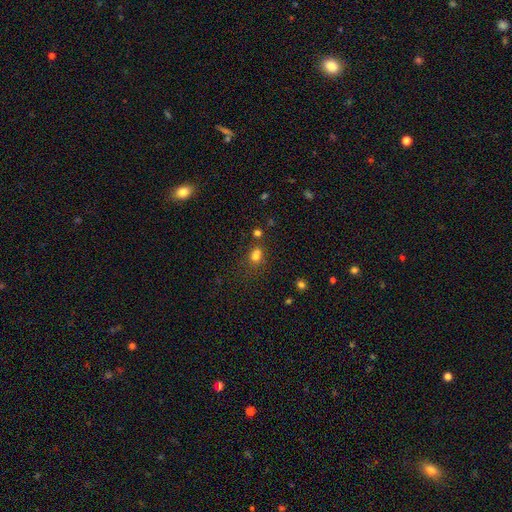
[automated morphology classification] type=smooth (72%); roundness=round (57%); merging=merger (41%, tied with none).